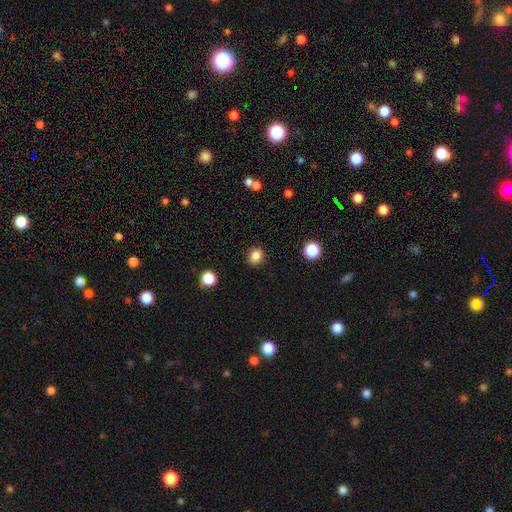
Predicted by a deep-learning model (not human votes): Overall: smooth (85%). How rounded: round (63%; in between 36%). Merging: none (89%).